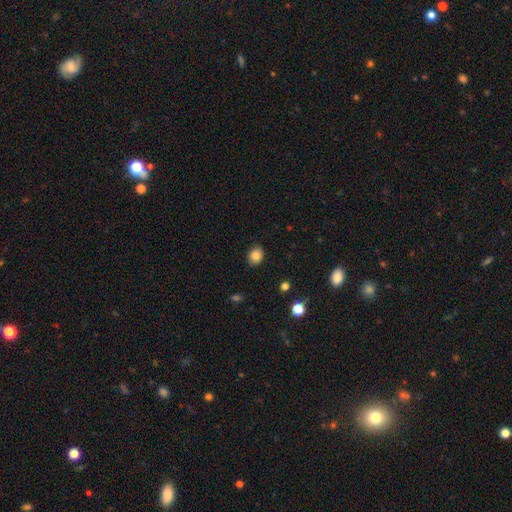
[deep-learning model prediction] smooth 83%, star or artifact 10%, featured or disk 7%. Down the decision tree: how rounded — in between (52%); merging — none (88%).